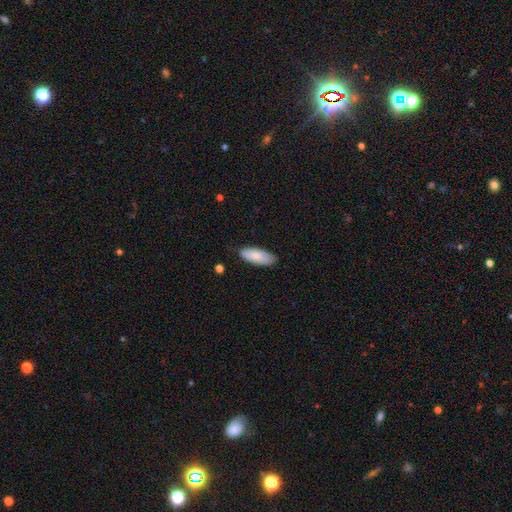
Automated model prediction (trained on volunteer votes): smooth 86%, featured or disk 9%, star or artifact 6%. Down the decision tree: how rounded — in between (81%); merging — none (80%).